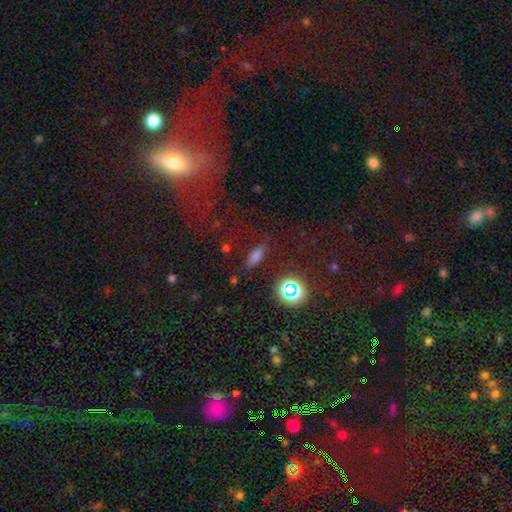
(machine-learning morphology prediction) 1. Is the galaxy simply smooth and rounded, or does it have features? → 67% smooth, 22% star or artifact, 11% featured or disk.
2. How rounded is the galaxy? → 58% in between, 33% cigar-shaped, 9% round.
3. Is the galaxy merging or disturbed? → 81% none, 12% minor disturbance, 4% major disturbance, 3% merger.